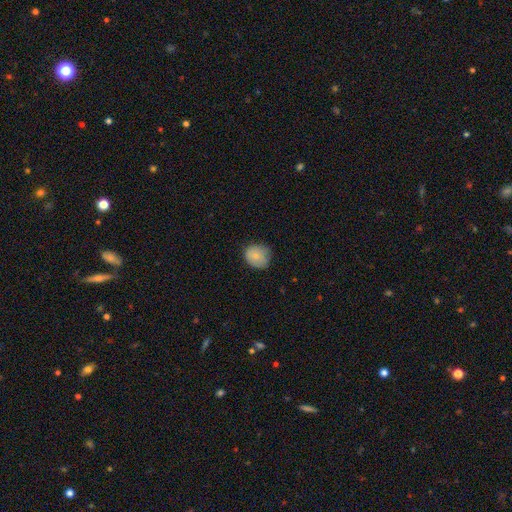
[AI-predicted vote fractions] smooth_or_featured: smooth (p=0.81) [alt: featured or disk p=0.11]
how_rounded: round (p=0.72) [alt: in between p=0.27]
merging: none (p=0.71) [alt: minor disturbance p=0.24]